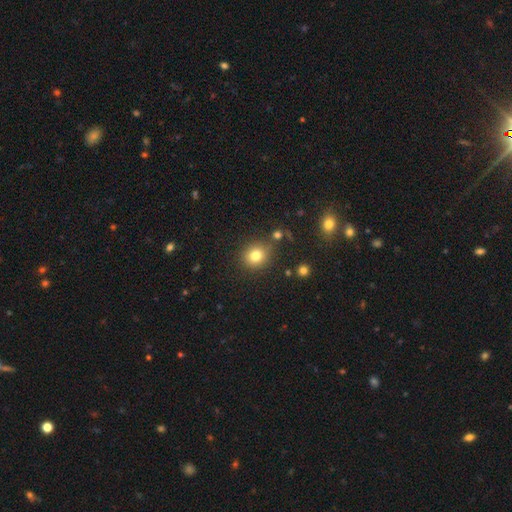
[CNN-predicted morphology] Overall: smooth (80%). How rounded: round (83%). Merging: none (82%).